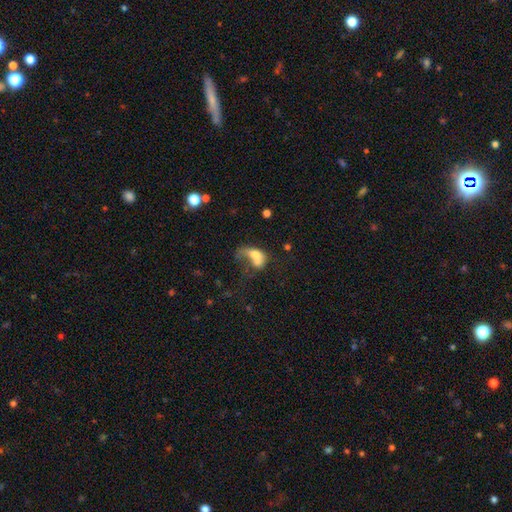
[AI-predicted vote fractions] Smooth or featured? smooth (56%)
How rounded? in between (74%)
Merging? merger (45%)